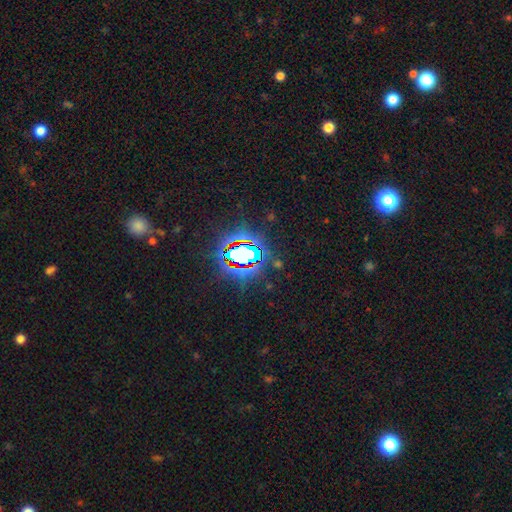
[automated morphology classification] The model was most divided on "smooth or featured": star or artifact: 80%, smooth: 12%, featured or disk: 8%.